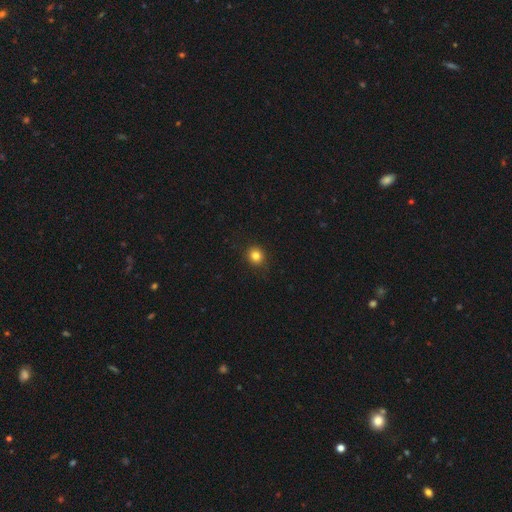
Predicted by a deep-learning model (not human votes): Smooth or featured?
  - smooth: 83% *
  - star or artifact: 12%
  - featured or disk: 5%
How rounded?
  - round: 86% *
  - in between: 13%
  - cigar-shaped: 1%
Merging?
  - none: 89% *
  - minor disturbance: 8%
  - major disturbance: 2%
  - merger: 1%